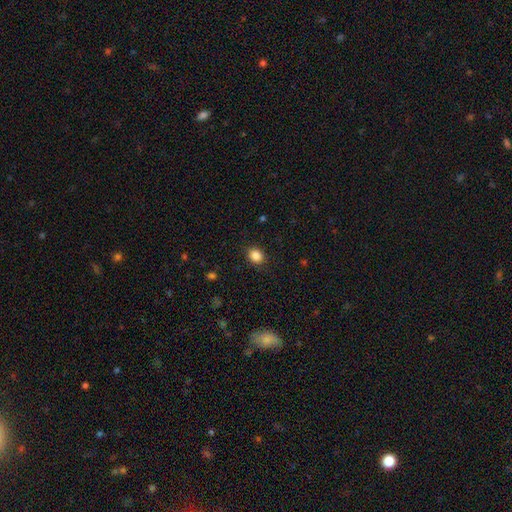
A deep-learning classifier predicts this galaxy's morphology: Q: Smooth or featured?
A: smooth (86%); runner-up: star or artifact (10%)
Q: How rounded?
A: round (54%); runner-up: in between (45%)
Q: Merging?
A: none (88%); runner-up: minor disturbance (9%)